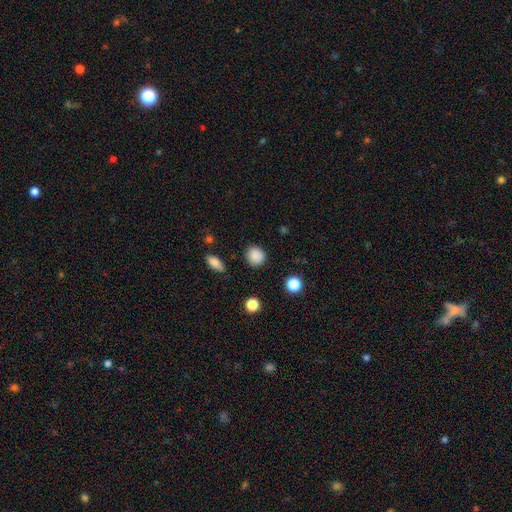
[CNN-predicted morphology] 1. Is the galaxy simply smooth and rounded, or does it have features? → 86% smooth, 10% star or artifact, 4% featured or disk.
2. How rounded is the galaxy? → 82% round, 17% in between, 1% cigar-shaped.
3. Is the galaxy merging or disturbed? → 85% none, 10% minor disturbance, 3% major disturbance, 2% merger.